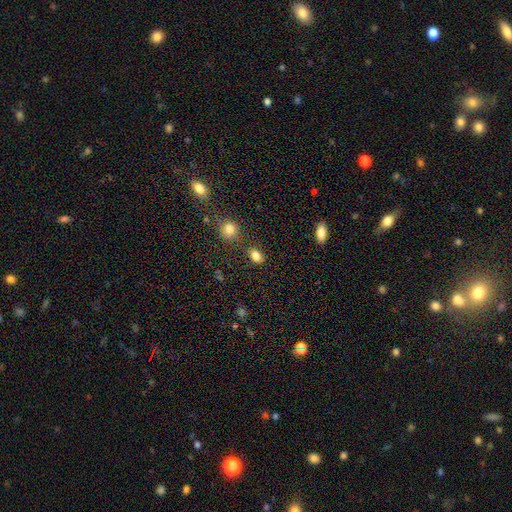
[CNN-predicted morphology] type=smooth (83%); roundness=in between (75%); merging=none (77%).